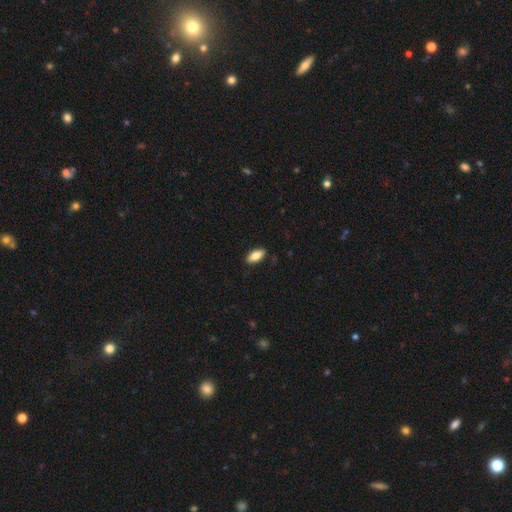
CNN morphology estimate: type=smooth (79%); roundness=in between (84%); merging=none (88%).